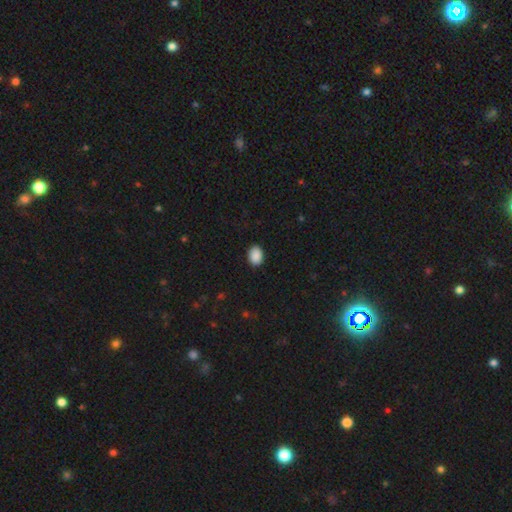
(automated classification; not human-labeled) smooth_or_featured: smooth (p=0.90) [alt: star or artifact p=0.08]
how_rounded: in between (p=0.69) [alt: round p=0.30]
merging: none (p=0.89) [alt: minor disturbance p=0.08]